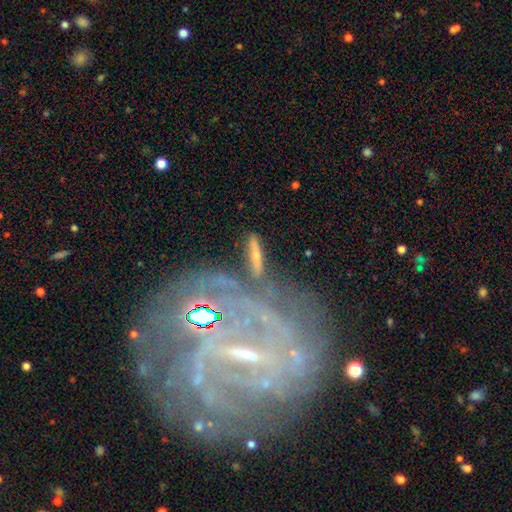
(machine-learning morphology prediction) Smooth or featured? featured or disk (55%)
Edge-on disk? yes (68%)
Merging? none (64%)